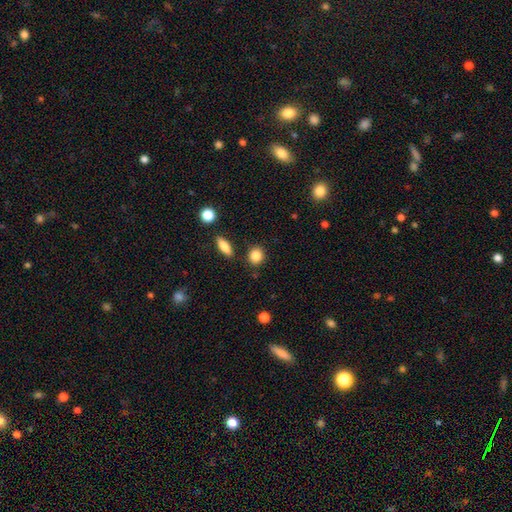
A smooth galaxy with no disk features (89%) that is round (94%). Merging: none (94%).